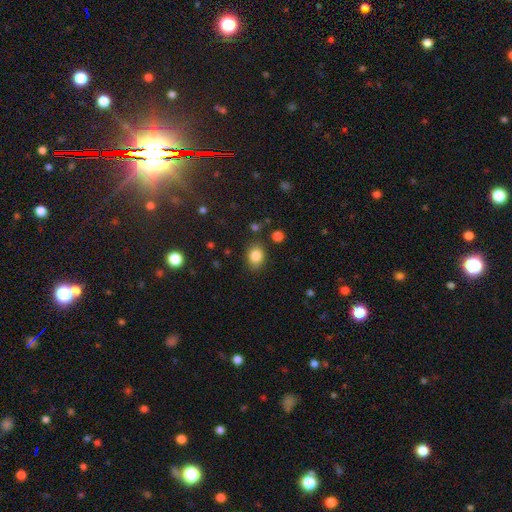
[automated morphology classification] smooth-or-featured: smooth: 85% | star or artifact: 10% | featured or disk: 5%
  how-rounded: in between: 61% | round: 38% | cigar-shaped: 1%
  merging: none: 82% | minor disturbance: 12% | major disturbance: 3% | merger: 3%